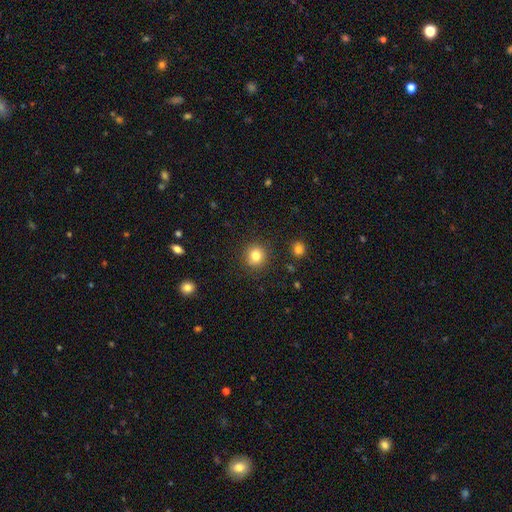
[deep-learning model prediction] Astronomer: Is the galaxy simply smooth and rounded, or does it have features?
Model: smooth — 82%.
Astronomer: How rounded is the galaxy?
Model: round — 91%.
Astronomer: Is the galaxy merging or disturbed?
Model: none — 90%.